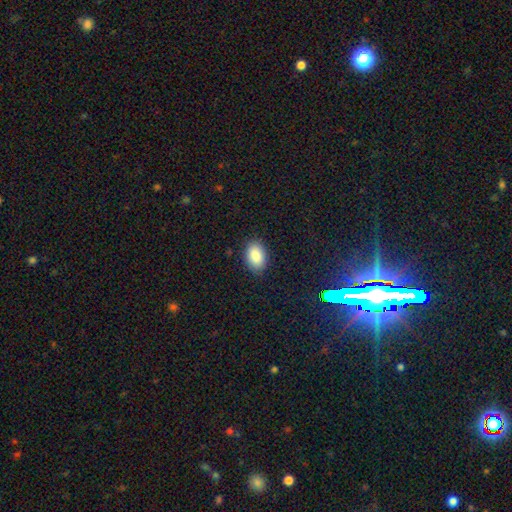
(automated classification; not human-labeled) Morphology: type=smooth (89%); roundness=in between (90%); merging=none (87%).